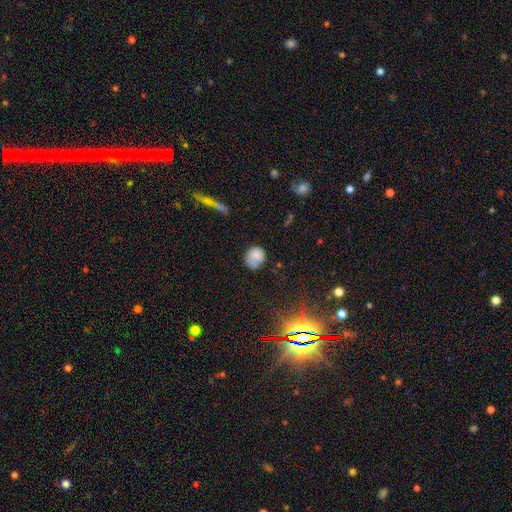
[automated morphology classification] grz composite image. It shows a smooth galaxy with no disk features (76%) that is round (70%). Merging: none (53%).